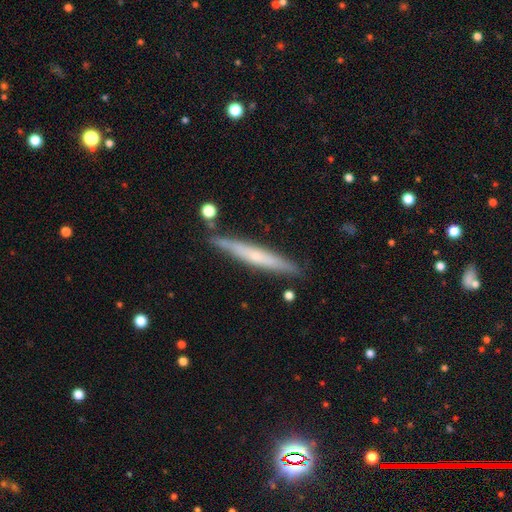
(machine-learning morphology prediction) A featured or disk galaxy (49%). Merging: none (83%).